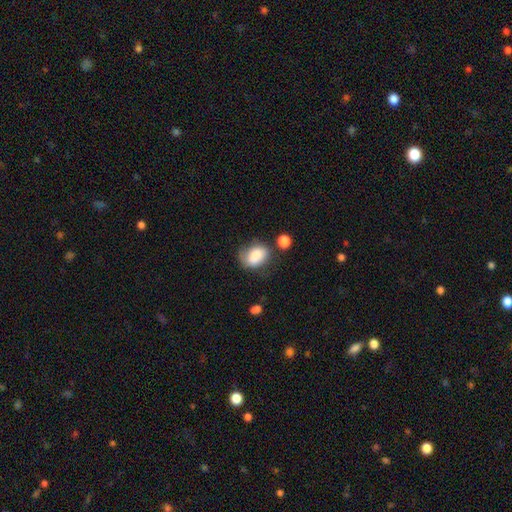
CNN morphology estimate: Overall: smooth (84%). How rounded: in between (75%). Merging: none (53%; minor disturbance 27%).